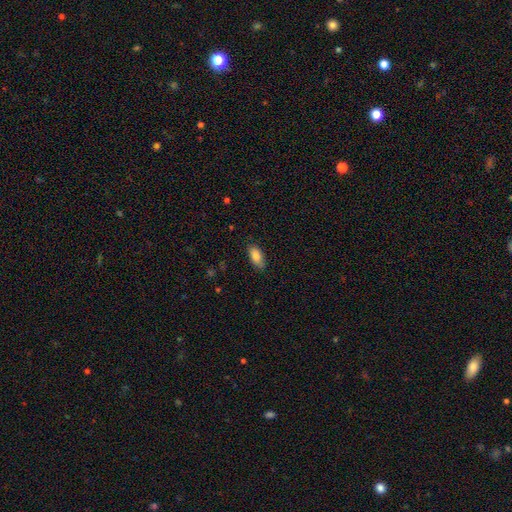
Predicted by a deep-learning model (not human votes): A smooth galaxy with no disk features (86%) that is in between round and cigar-shaped (89%).

Vote fractions:
- Smooth or featured? smooth: 86% / featured or disk: 7% / star or artifact: 7%
- How rounded? in between: 89% / cigar-shaped: 9% / round: 3%
- Merging? none: 83% / minor disturbance: 13% / major disturbance: 3% / merger: 1%